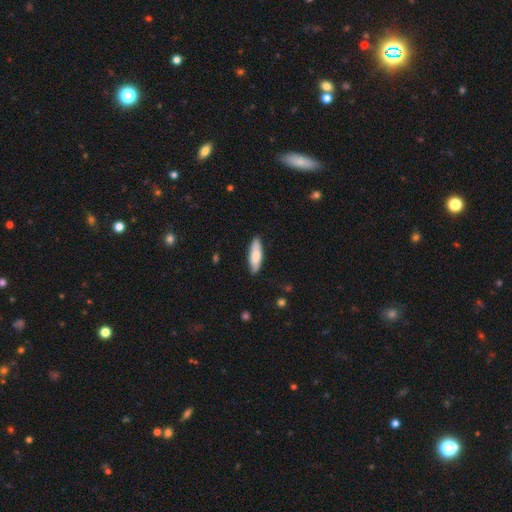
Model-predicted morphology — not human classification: Smooth or featured? smooth (78%)
How rounded? cigar-shaped (51%)
Merging? none (85%)